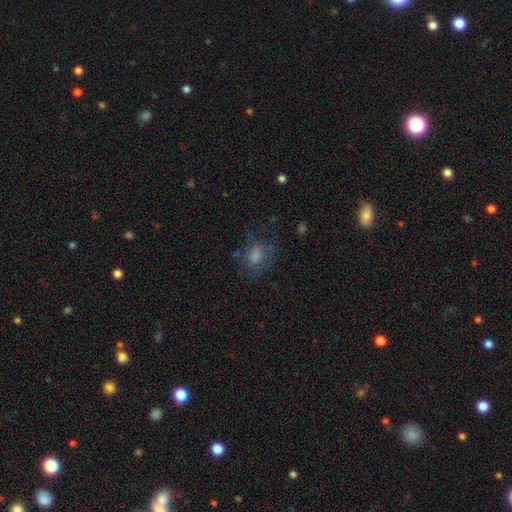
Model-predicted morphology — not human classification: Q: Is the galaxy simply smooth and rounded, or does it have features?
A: smooth — 51%.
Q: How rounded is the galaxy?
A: in between — 57%.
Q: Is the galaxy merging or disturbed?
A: none — 55%.